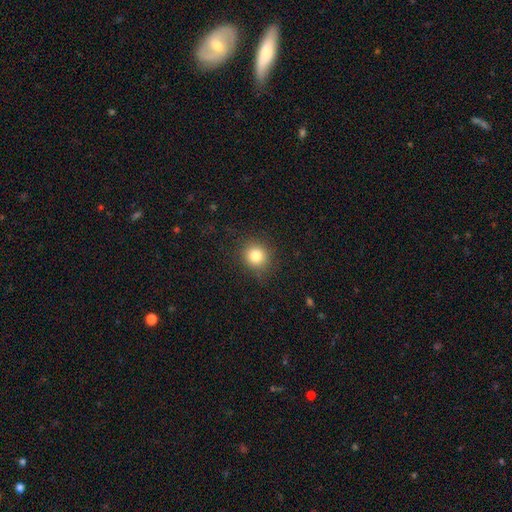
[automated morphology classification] A smooth galaxy with no disk features (82%) that is round (88%).

Vote fractions:
- Smooth or featured? smooth: 82% / star or artifact: 11% / featured or disk: 6%
- How rounded? round: 88% / in between: 11% / cigar-shaped: 1%
- Merging? none: 86% / minor disturbance: 10% / major disturbance: 3% / merger: 1%